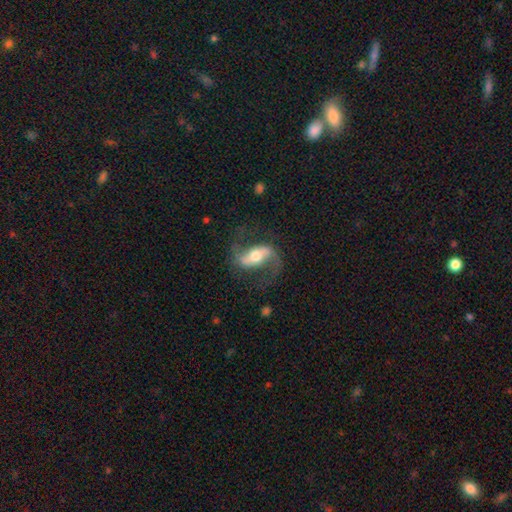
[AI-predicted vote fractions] Overall: featured or disk (84%). Edge-on disk: no (94%). Bar: strong (52%; weak 30%). Spiral arms: yes (94%). Spiral arm count: 2 (92%). Spiral winding: loose (56%; medium 36%). Bulge size: moderate (66%). Merging: none (72%).